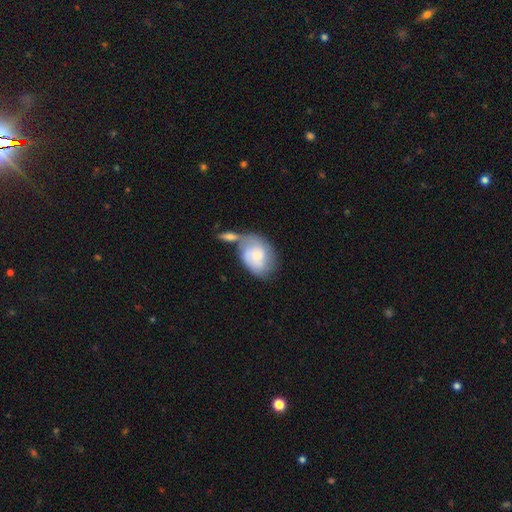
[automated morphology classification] Overall: smooth (48%; featured or disk 45%). Merging: merger (37%; none 32%).